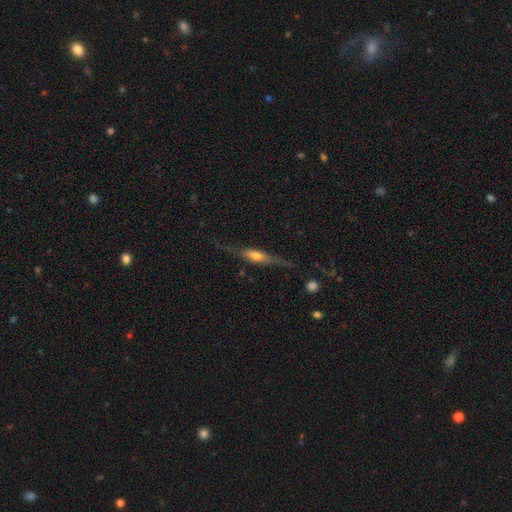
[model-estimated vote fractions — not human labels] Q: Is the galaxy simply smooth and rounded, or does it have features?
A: featured or disk — 63%.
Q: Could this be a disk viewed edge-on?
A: yes — 89%.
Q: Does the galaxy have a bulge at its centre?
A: rounded — 77%.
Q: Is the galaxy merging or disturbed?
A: none — 68%.